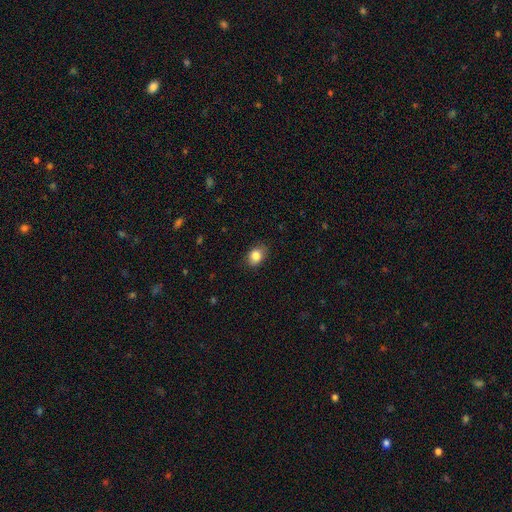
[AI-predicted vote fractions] A smooth galaxy with no disk features (85%) that is in between round and cigar-shaped (68%).

Vote fractions:
- Smooth or featured? smooth: 85% / star or artifact: 9% / featured or disk: 6%
- How rounded? in between: 68% / round: 31% / cigar-shaped: 1%
- Merging? none: 82% / minor disturbance: 14% / major disturbance: 3% / merger: 1%